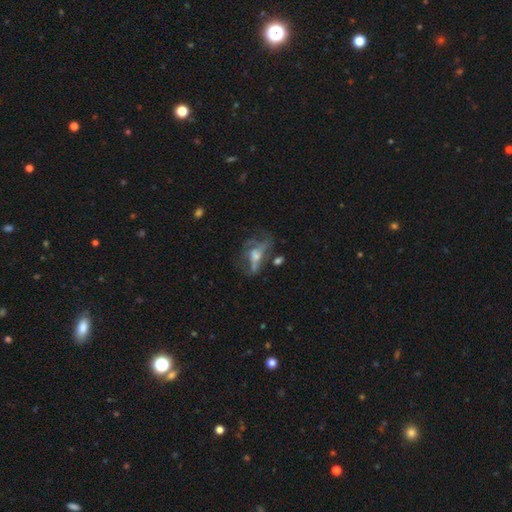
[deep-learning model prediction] smooth-or-featured: featured or disk: 61% | smooth: 24% | star or artifact: 16%
  disk-edge-on: no: 83% | yes: 17%
    bar: no: 71% | weak: 21% | strong: 9%
    has-spiral-arms: no: 64% | yes: 36%
    bulge-size: moderate: 49% | small: 32% | none: 9% | large: 8% | dominant: 2%
  merging: none: 37% (tied) | major disturbance: 37% (tied) | minor disturbance: 17% | merger: 9%